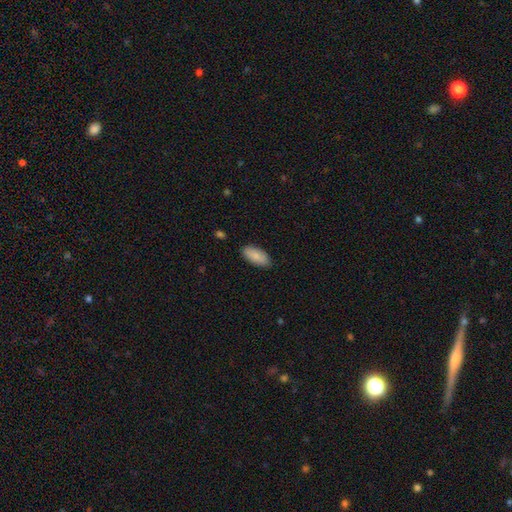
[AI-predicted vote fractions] Morphology: type=smooth (87%); roundness=in between (89%); merging=none (86%).